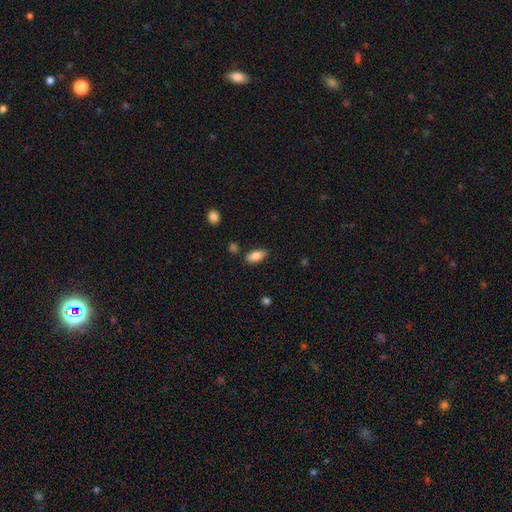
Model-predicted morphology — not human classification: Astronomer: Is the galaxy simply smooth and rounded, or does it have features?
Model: smooth — 82%.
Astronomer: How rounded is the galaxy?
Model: in between — 88%.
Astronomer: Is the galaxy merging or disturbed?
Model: none — 82%.